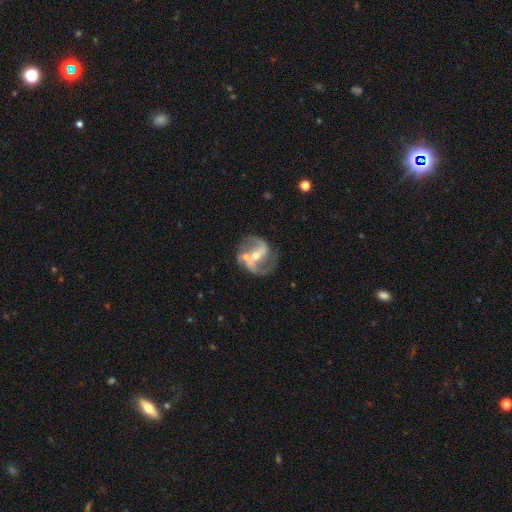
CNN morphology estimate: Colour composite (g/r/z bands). It shows a featured or disk galaxy (88%) with a weak bar (40%), 2 (89%) medium (52%) spiral arms (96%) and a moderate central bulge (50%). Merging: none (58%).